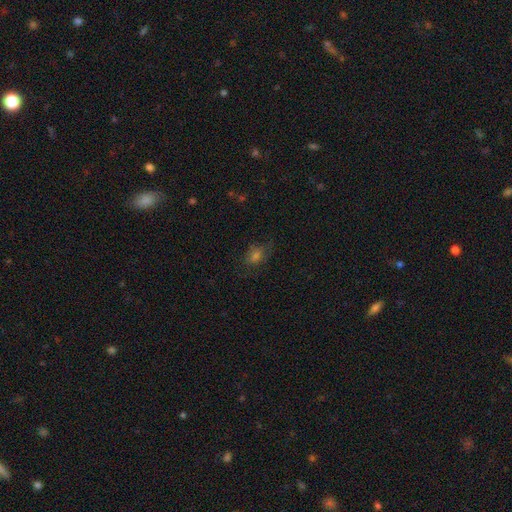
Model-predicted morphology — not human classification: The model was most divided on "how rounded": in between: 64%, round: 34%, cigar-shaped: 2%. More confident: merging — none (64%); smooth or featured — smooth (56%).